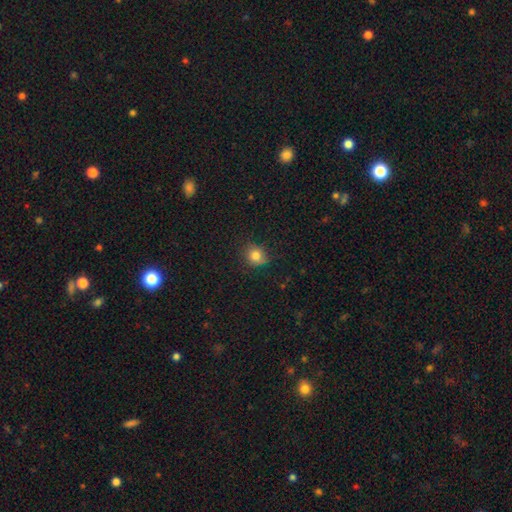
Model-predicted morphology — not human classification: Q: Smooth or featured?
A: smooth (81%); runner-up: star or artifact (12%)
Q: How rounded?
A: round (82%); runner-up: in between (17%)
Q: Merging?
A: none (78%); runner-up: minor disturbance (17%)